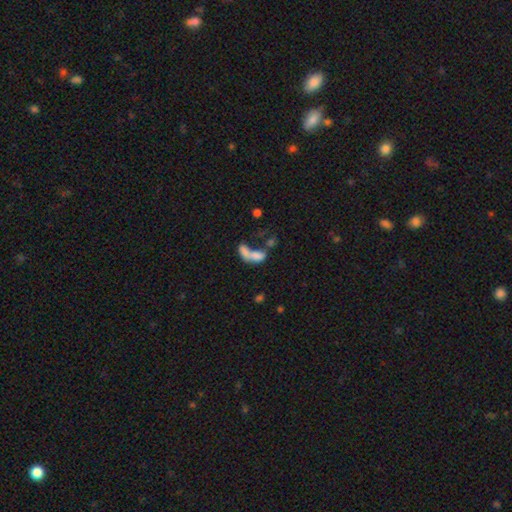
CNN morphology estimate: The model was most divided on "smooth or featured": smooth: 65%, featured or disk: 23%, star or artifact: 12%. More confident: how rounded — in between (77%); merging — merger (63%).